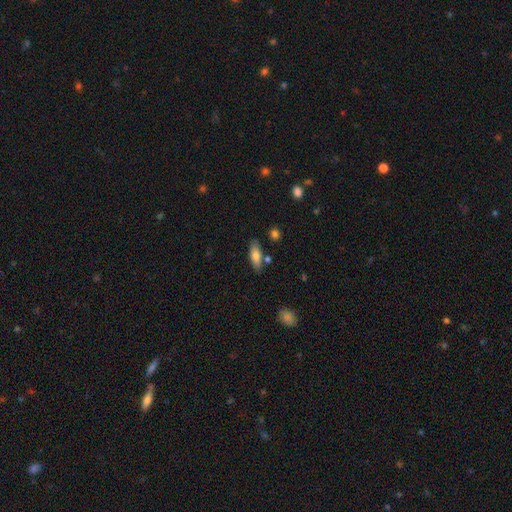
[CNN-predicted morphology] A smooth galaxy with no disk features (78%) that is in between round and cigar-shaped (63%).

Vote fractions:
- Smooth or featured? smooth: 78% / featured or disk: 15% / star or artifact: 7%
- How rounded? in between: 63% / cigar-shaped: 35% / round: 2%
- Merging? none: 78% / minor disturbance: 13% / merger: 6% / major disturbance: 3%